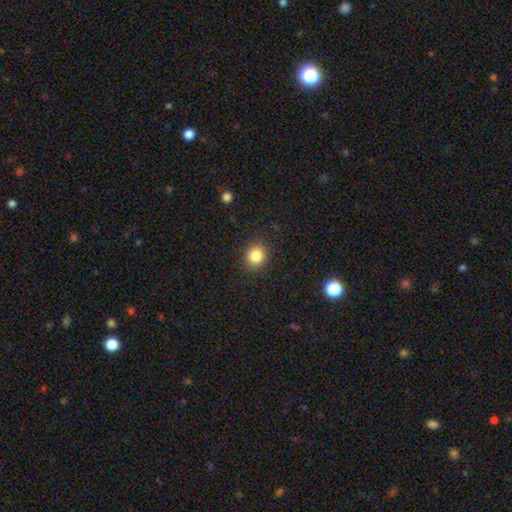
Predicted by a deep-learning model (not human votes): Q: Smooth or featured?
A: smooth (84%); runner-up: star or artifact (11%)
Q: How rounded?
A: round (74%); runner-up: in between (25%)
Q: Merging?
A: none (88%); runner-up: minor disturbance (8%)